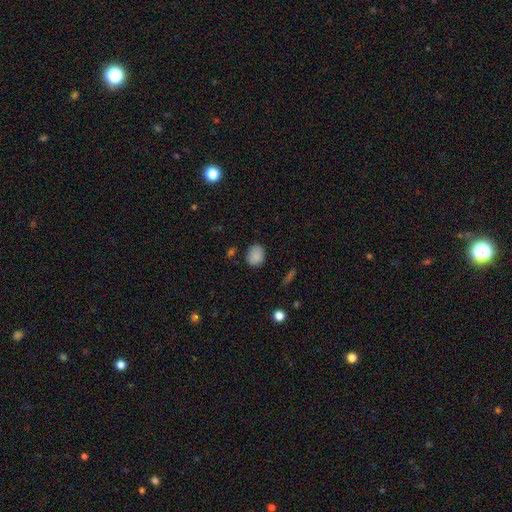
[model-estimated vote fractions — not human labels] A smooth galaxy with no disk features (86%) that is round (53%).

Vote fractions:
- Smooth or featured? smooth: 86% / star or artifact: 10% / featured or disk: 4%
- How rounded? round: 53% / in between: 46% / cigar-shaped: 1%
- Merging? none: 81% / minor disturbance: 14% / major disturbance: 3% / merger: 2%